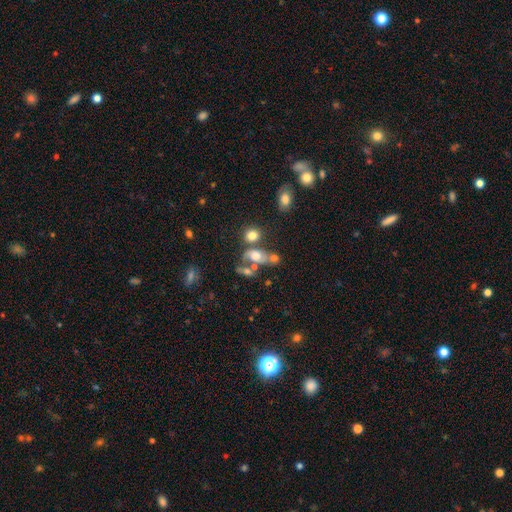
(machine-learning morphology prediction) smooth 56%, featured or disk 29%, star or artifact 15%. Down the decision tree: how rounded — in between (66%); merging — merger (42%).